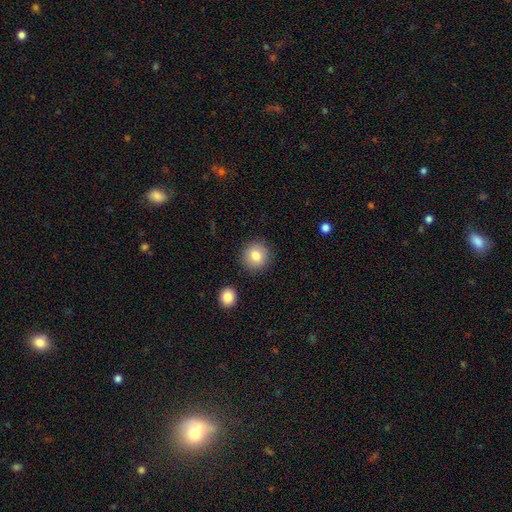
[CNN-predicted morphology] Smooth or featured? Predicted: smooth (p=0.83). How rounded? Predicted: round (p=0.93). Merging? Predicted: none (p=0.89).